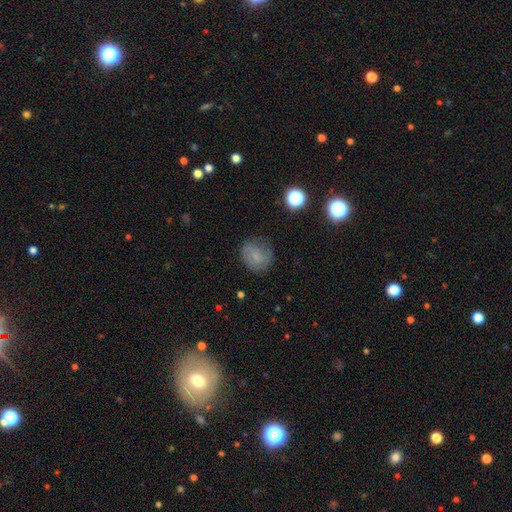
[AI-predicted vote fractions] smooth_or_featured: smooth (p=0.63) [alt: featured or disk p=0.24]
how_rounded: round (p=0.75) [alt: in between p=0.24]
merging: none (p=0.66) [alt: minor disturbance p=0.23]